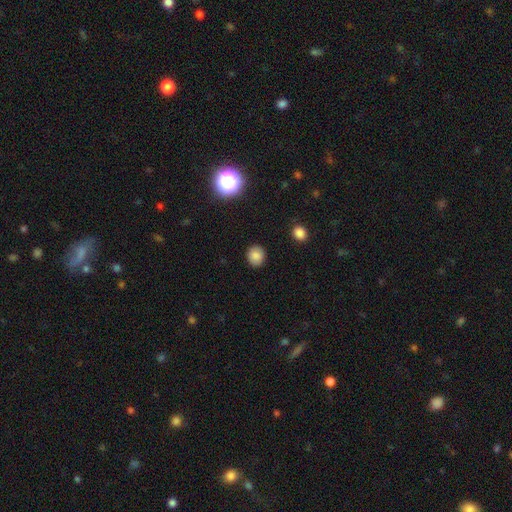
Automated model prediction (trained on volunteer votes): Smooth or featured?
  - smooth: 85% *
  - star or artifact: 11%
  - featured or disk: 4%
How rounded?
  - round: 77% *
  - in between: 22%
  - cigar-shaped: 1%
Merging?
  - none: 89% *
  - minor disturbance: 7%
  - major disturbance: 2%
  - merger: 1%